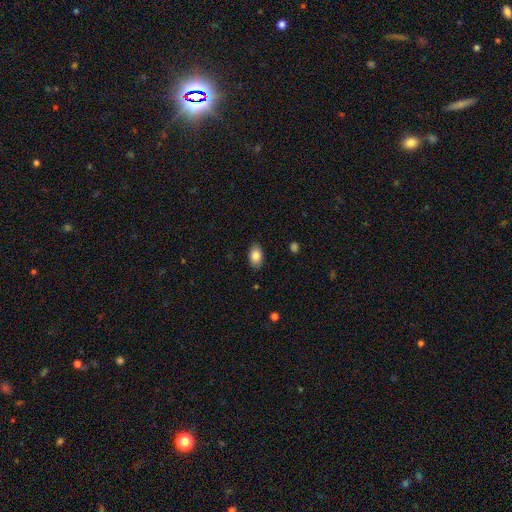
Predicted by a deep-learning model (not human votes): This is clearly a smooth galaxy (85%). How rounded: clearly in between (88%). Merging: clearly none (87%).